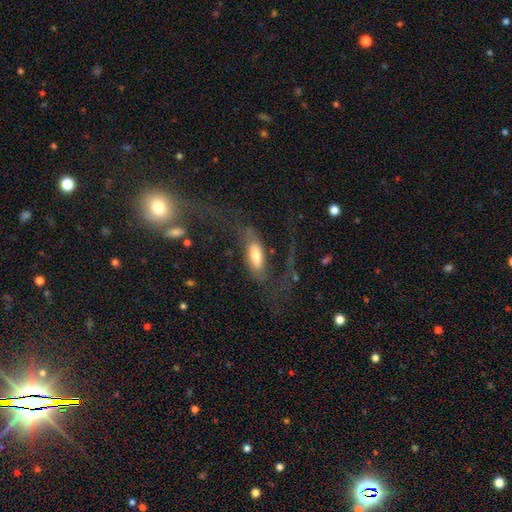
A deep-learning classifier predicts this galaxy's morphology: This appears to be a smooth galaxy with no disk features (47%). Merging: none (40%).